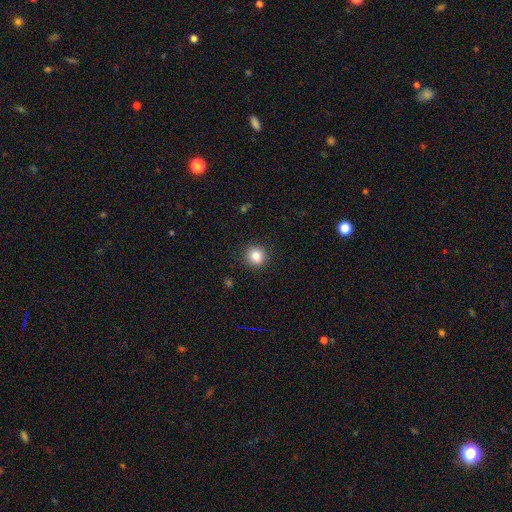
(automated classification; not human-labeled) Overall: smooth (84%). How rounded: round (88%). Merging: none (90%).